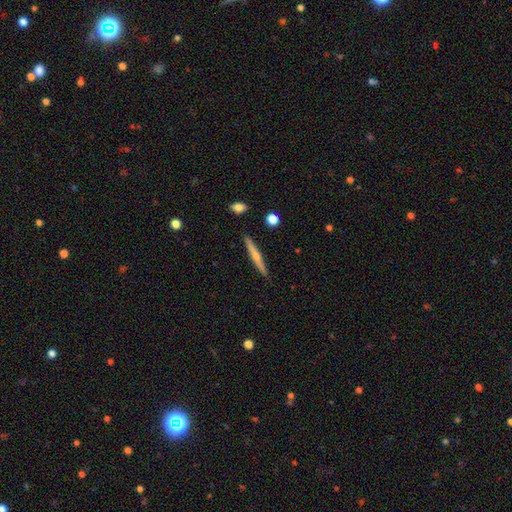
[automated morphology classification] This appears to be a featured or disk galaxy (65%) viewed edge-on (97%) with a rounded central bulge (77%). Merging: none (90%).